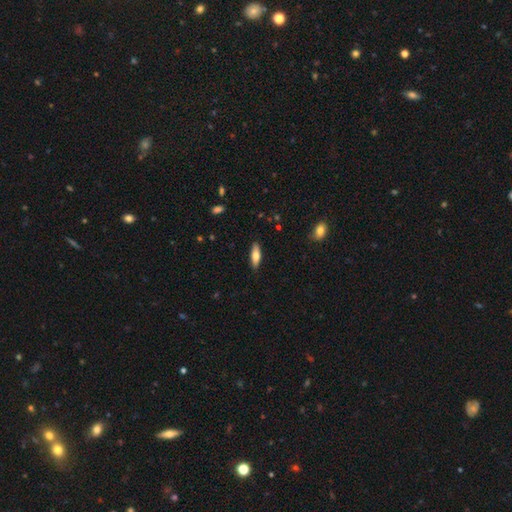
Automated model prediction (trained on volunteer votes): smooth-or-featured: smooth: 67% | featured or disk: 27% | star or artifact: 6%
  how-rounded: in between: 54% | cigar-shaped: 44% | round: 2%
  merging: none: 88% | minor disturbance: 9% | major disturbance: 2% | merger: 1%